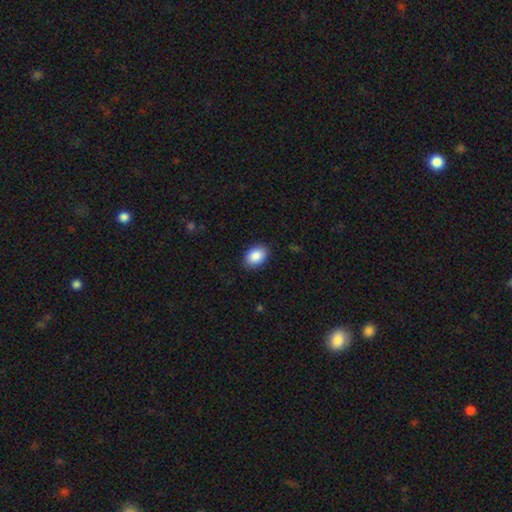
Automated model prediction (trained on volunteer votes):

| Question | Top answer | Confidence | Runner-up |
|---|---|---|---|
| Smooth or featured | smooth | 89% | star or artifact (7%) |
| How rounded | in between | 85% | round (14%) |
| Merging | none | 88% | minor disturbance (9%) |